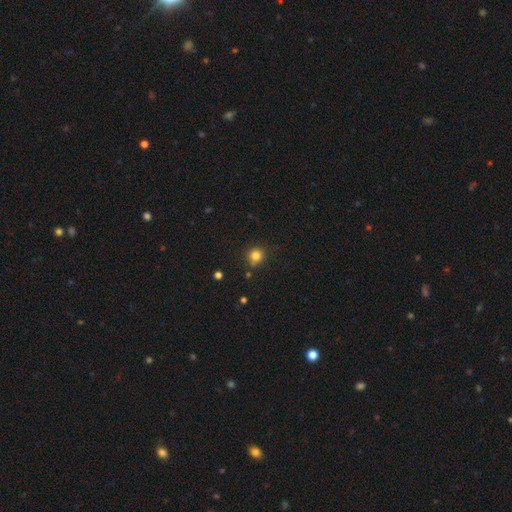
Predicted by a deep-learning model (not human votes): This is clearly a smooth galaxy (82%). How rounded: clearly round (89%). Merging: likely none (78%).